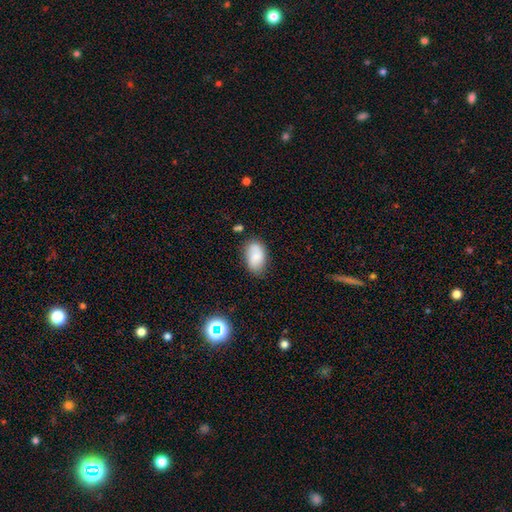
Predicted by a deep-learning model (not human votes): The model was most divided on "merging": none: 71%, minor disturbance: 21%, major disturbance: 5%, merger: 3%. More confident: how rounded — in between (91%); smooth or featured — smooth (76%).